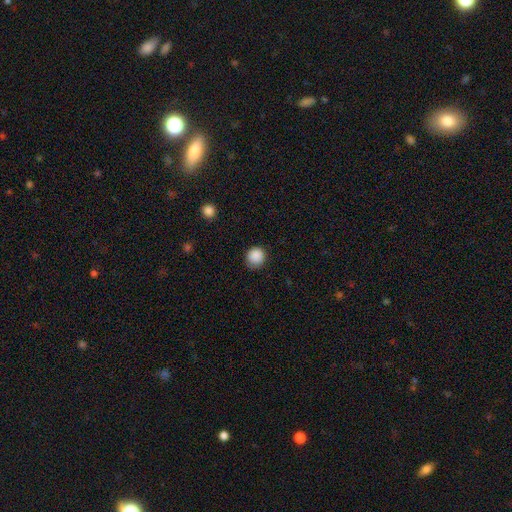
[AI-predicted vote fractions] Smooth or featured? Predicted: smooth (p=0.88). How rounded? Predicted: round (p=0.92). Merging? Predicted: none (p=0.85).